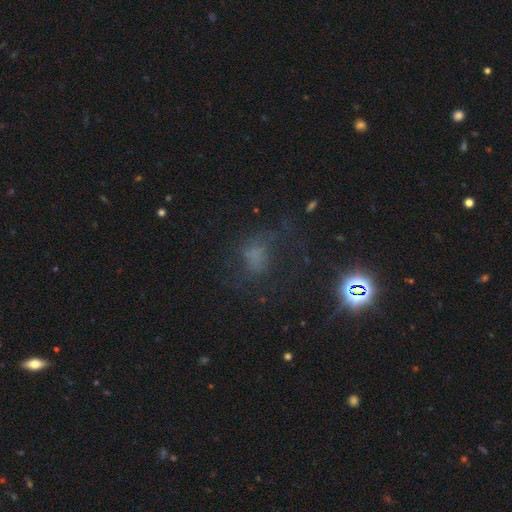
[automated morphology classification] A smooth galaxy with no disk features (41%). Merging: none (50%).